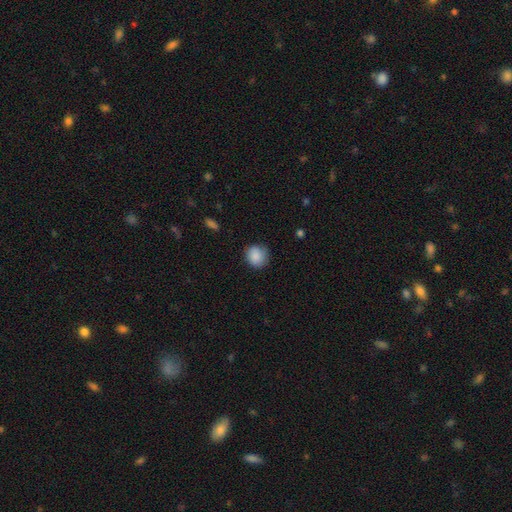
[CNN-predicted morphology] smooth-or-featured: smooth: 88% | star or artifact: 8% | featured or disk: 5%
  how-rounded: round: 85% | in between: 14% | cigar-shaped: 1%
  merging: none: 79% | minor disturbance: 17% | major disturbance: 3% | merger: 1%